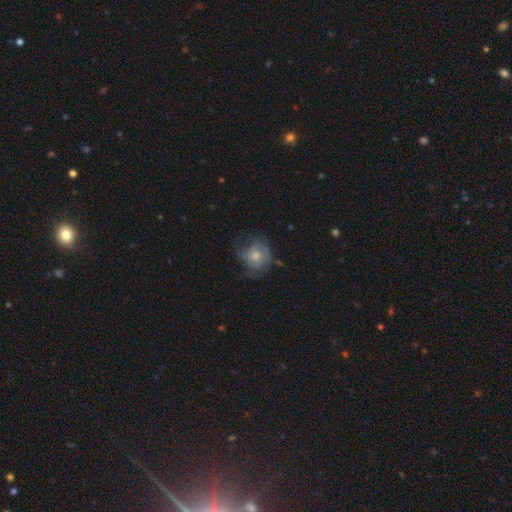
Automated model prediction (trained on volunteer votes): Smooth or featured? Predicted: smooth (p=0.54). How rounded? Predicted: round (p=0.75). Merging? Predicted: none (p=0.48).